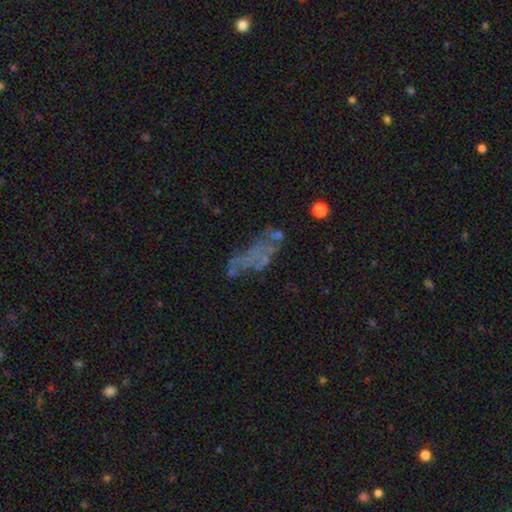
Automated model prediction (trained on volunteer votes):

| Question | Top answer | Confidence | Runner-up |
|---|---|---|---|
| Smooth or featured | featured or disk | 49% | smooth (29%) |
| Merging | none | 38% | major disturbance (29%) |